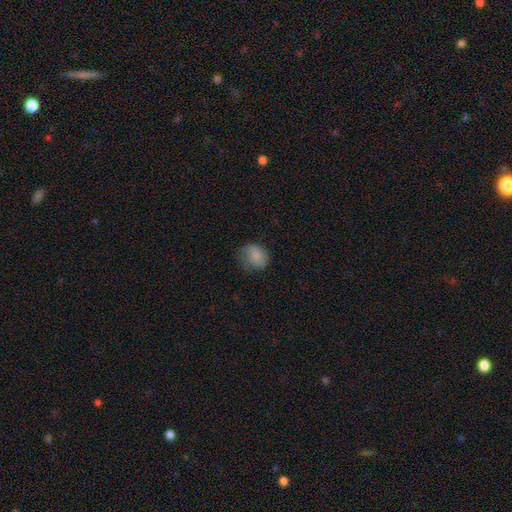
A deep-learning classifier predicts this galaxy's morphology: type=smooth (79%); roundness=round (57%); merging=none (58%).